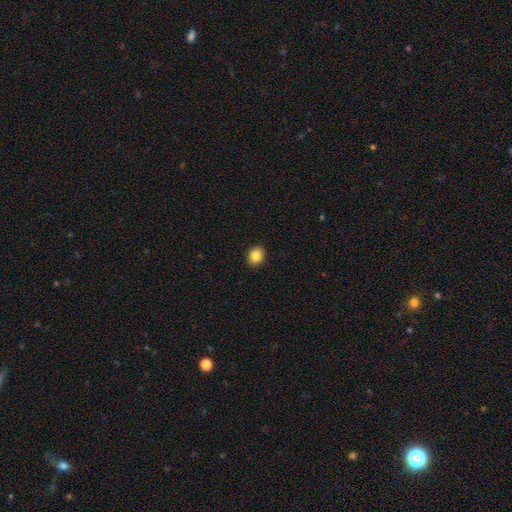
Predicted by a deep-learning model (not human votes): smooth_or_featured: smooth (p=0.86) [alt: star or artifact p=0.09]
how_rounded: round (p=0.55) [alt: in between p=0.44]
merging: none (p=0.91) [alt: minor disturbance p=0.06]